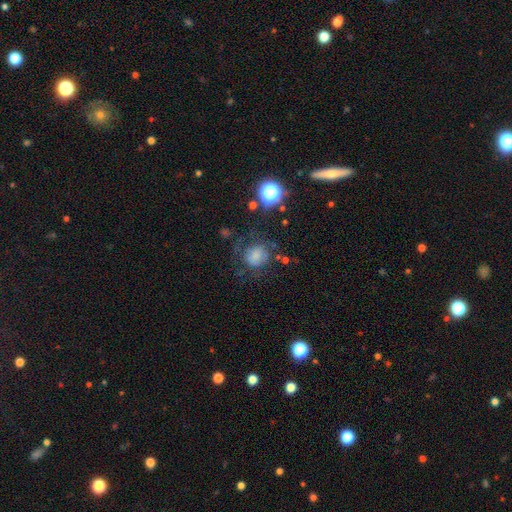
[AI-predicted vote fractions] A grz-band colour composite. It shows a smooth galaxy with no disk features (64%) that is round (77%). Merging: none (54%).